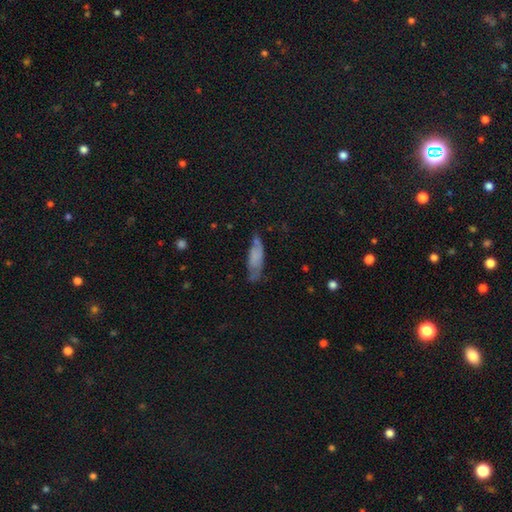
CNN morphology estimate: A smooth galaxy with no disk features (62%) that is in between round and cigar-shaped (50%). Merging: none (55%).